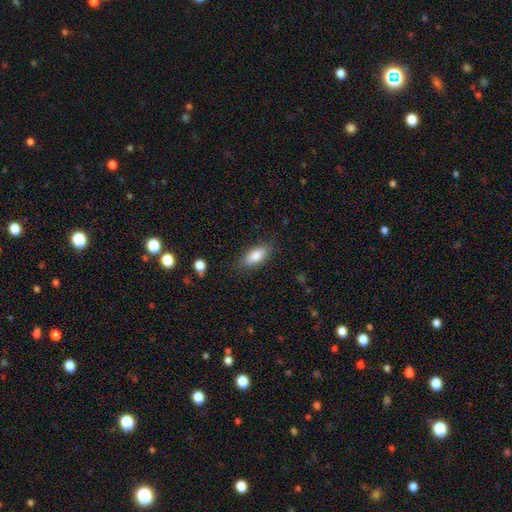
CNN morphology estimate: Smooth or featured: smooth — 83% (featured or disk — 9%)
How rounded: in between — 82% (cigar-shaped — 16%)
Merging: none — 83% (minor disturbance — 12%)